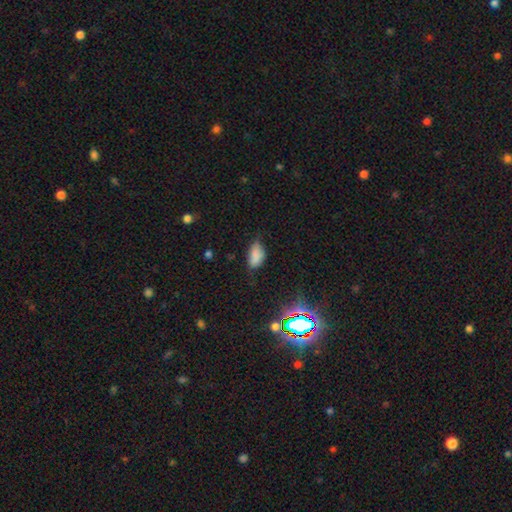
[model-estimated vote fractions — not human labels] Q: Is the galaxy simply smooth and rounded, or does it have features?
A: smooth — 79%.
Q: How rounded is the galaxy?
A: in between — 91%.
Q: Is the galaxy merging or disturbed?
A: none — 51%.